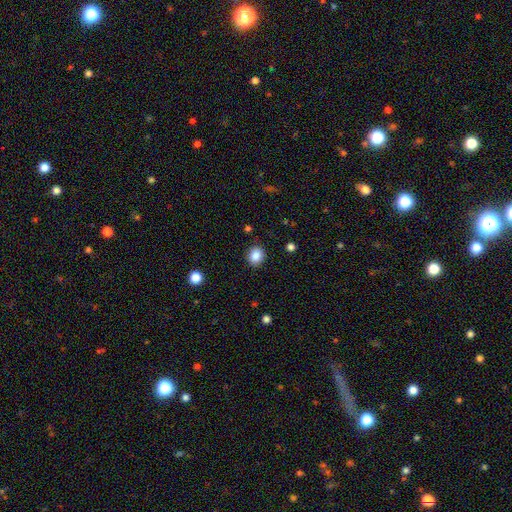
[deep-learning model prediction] The model was most divided on "how rounded": round: 69%, in between: 31%, cigar-shaped: 1%. More confident: merging — none (89%); smooth or featured — smooth (87%).